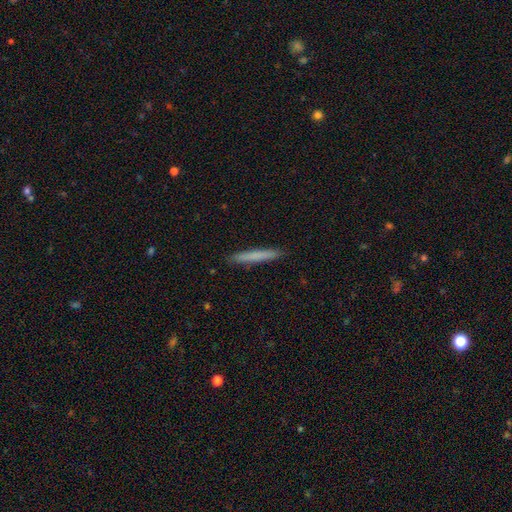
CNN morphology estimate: Smooth or featured?
  - smooth: 72% *
  - featured or disk: 22%
  - star or artifact: 6%
How rounded?
  - cigar-shaped: 97% *
  - in between: 2%
  - round: 1%
Merging?
  - none: 92% *
  - minor disturbance: 6%
  - major disturbance: 1%
  - merger: 1%